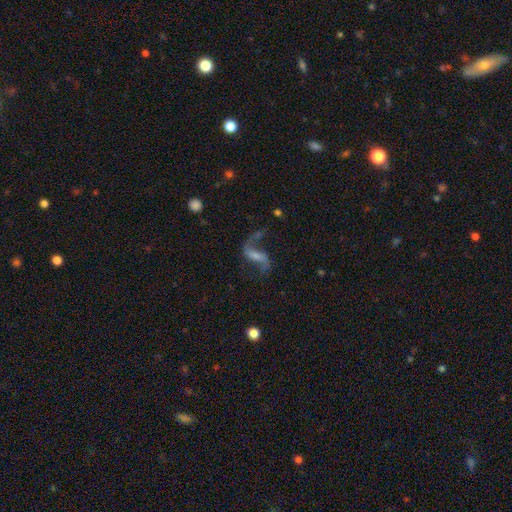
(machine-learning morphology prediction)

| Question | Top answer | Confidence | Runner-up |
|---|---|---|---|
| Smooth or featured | featured or disk | 82% | star or artifact (9%) |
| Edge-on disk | no | 95% | yes (5%) |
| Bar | weak | 40% | tied: strong (40%) |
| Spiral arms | yes | 94% | no (6%) |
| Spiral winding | loose | 82% | medium (14%) |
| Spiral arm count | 2 | 89% | 1 (6%) |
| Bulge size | small | 42% | none (30%) |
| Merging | none | 65% | major disturbance (16%) |